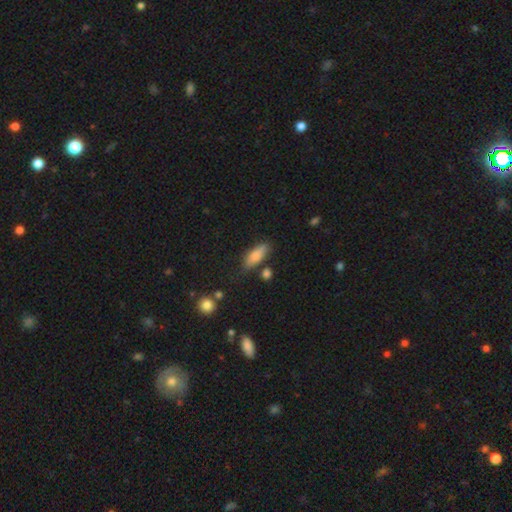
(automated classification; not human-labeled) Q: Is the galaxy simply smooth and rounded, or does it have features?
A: smooth — 83%.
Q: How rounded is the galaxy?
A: in between — 66%.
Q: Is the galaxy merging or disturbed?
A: none — 68%.